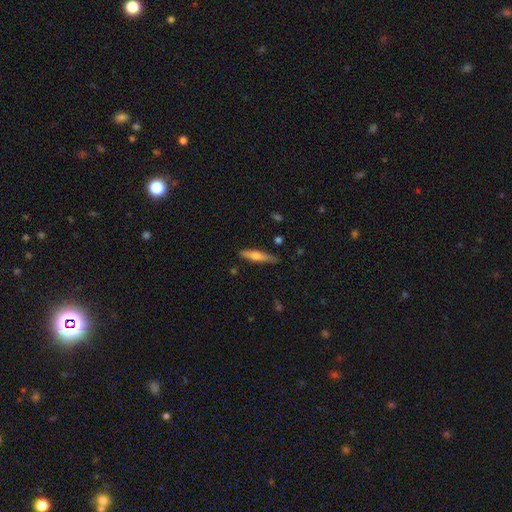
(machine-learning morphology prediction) Q: Smooth or featured?
A: smooth (53%); runner-up: featured or disk (41%)
Q: How rounded?
A: cigar-shaped (86%); runner-up: in between (12%)
Q: Merging?
A: none (83%); runner-up: minor disturbance (13%)